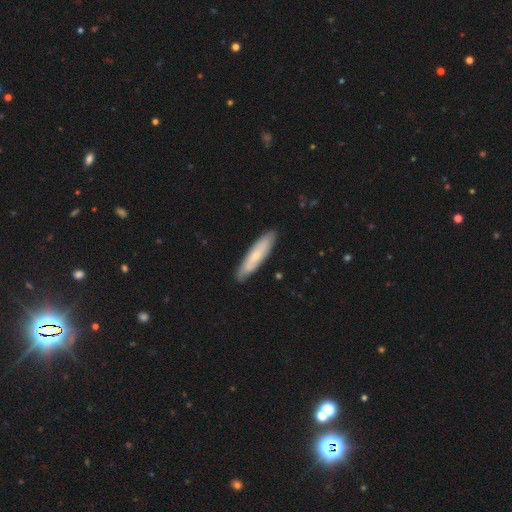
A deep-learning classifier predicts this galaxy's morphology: Smooth or featured? smooth (54%)
How rounded? cigar-shaped (78%)
Merging? none (85%)